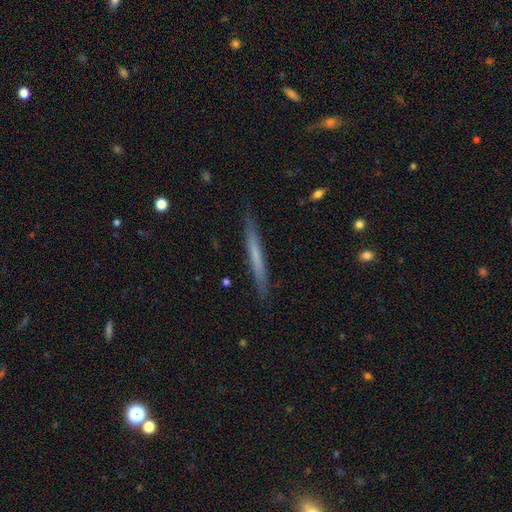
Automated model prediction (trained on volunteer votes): Overall: smooth (52%; featured or disk 43%). How rounded: cigar-shaped (97%). Merging: none (89%).